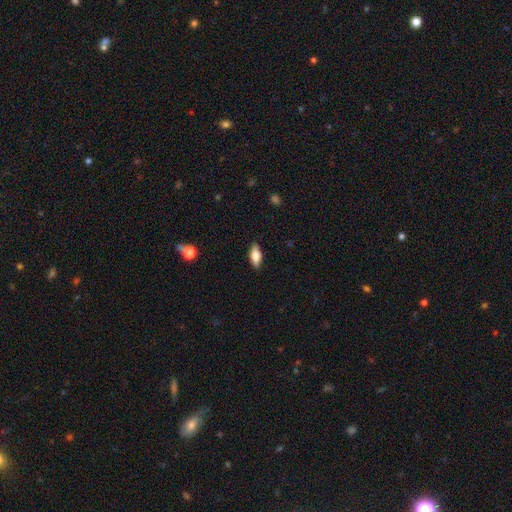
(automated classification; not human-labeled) The model was most divided on "smooth or featured": smooth: 75%, featured or disk: 18%, star or artifact: 7%. More confident: merging — none (87%); how rounded — in between (83%).